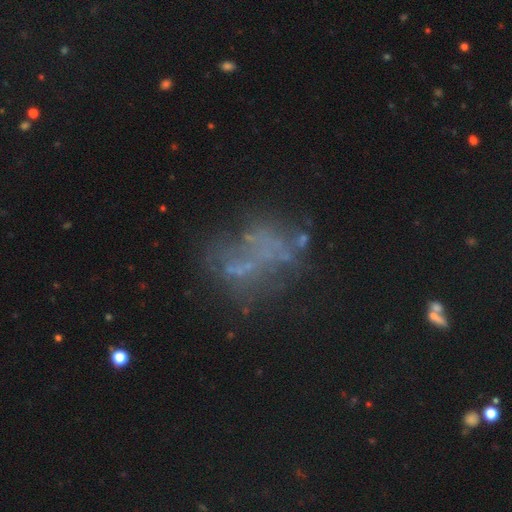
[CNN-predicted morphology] featured or disk 46%, star or artifact 30%, smooth 24%. Down the decision tree: merging — none (45%).